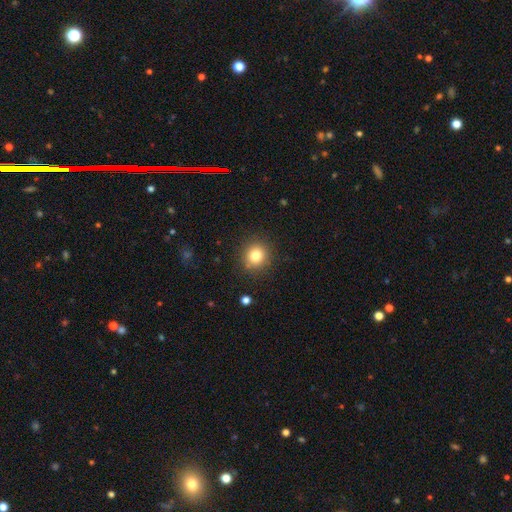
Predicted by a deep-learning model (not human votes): This is clearly a smooth galaxy (81%). How rounded: clearly round (89%). Merging: clearly none (88%).